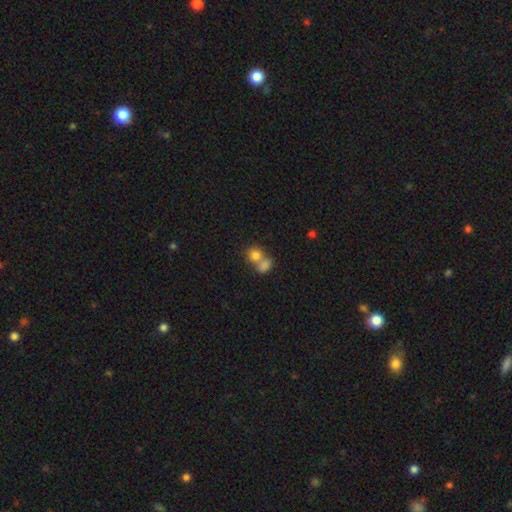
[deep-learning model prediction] A smooth galaxy with no disk features (80%) that is round (73%).

Vote fractions:
- Smooth or featured? smooth: 80% / featured or disk: 10% / star or artifact: 10%
- How rounded? round: 73% / in between: 26% / cigar-shaped: 1%
- Merging? merger: 60% / none: 31% / minor disturbance: 6% / major disturbance: 3%